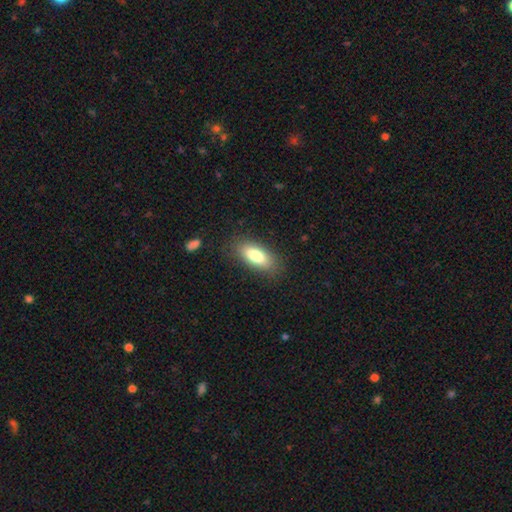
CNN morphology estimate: This appears to be a smooth galaxy with no disk features (80%) that is in between round and cigar-shaped (80%). Merging: none (84%).